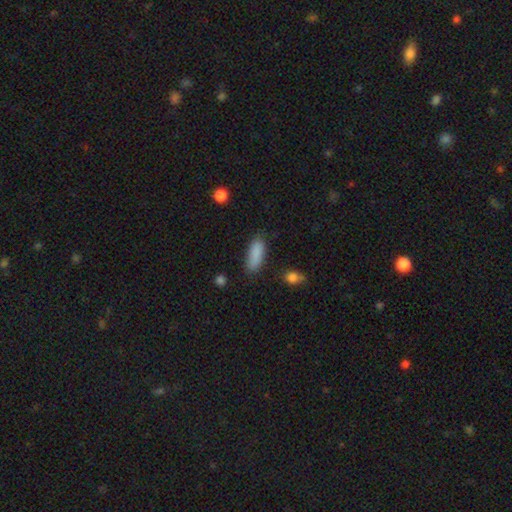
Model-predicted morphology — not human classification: This is clearly a smooth galaxy (88%). How rounded: likely in between (69%). Merging: likely none (76%).